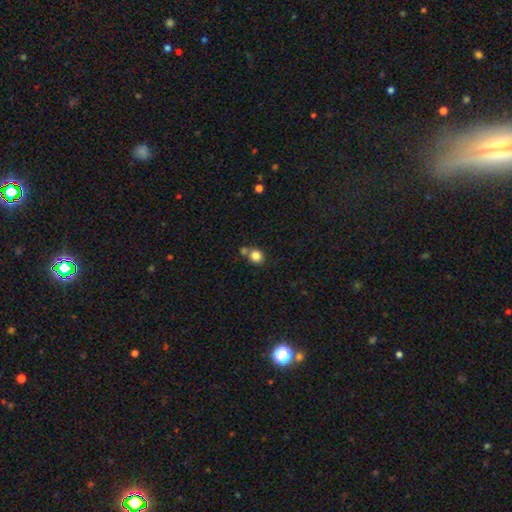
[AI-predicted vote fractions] smooth 83%, star or artifact 10%, featured or disk 6%. Down the decision tree: how rounded — round (83%); merging — none (61%).